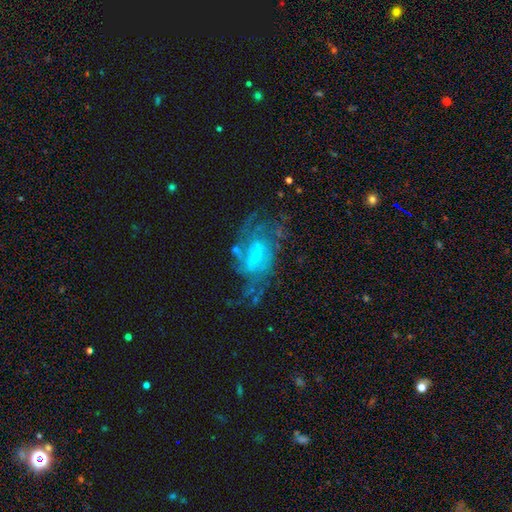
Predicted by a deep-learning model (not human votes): Overall: featured or disk (80%). Edge-on disk: no (95%). Bar: weak (54%; strong 24%). Spiral arms: yes (85%). Spiral arm count: can't tell (39%; 2 29%). Spiral winding: medium (44%; tight 31%). Bulge size: small (46%; moderate 35%). Merging: none (50%; major disturbance 25%).